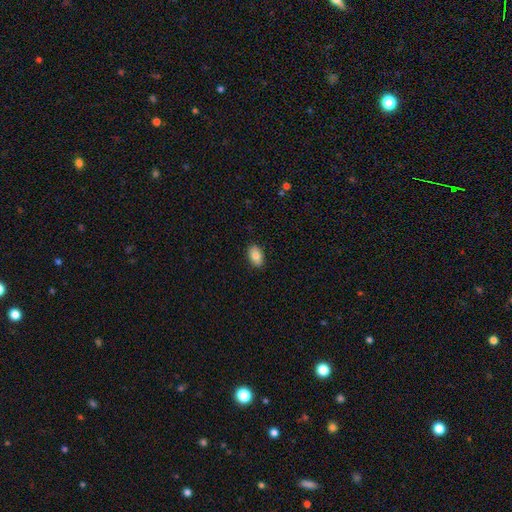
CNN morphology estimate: type=smooth (83%); roundness=in between (91%); merging=none (88%).